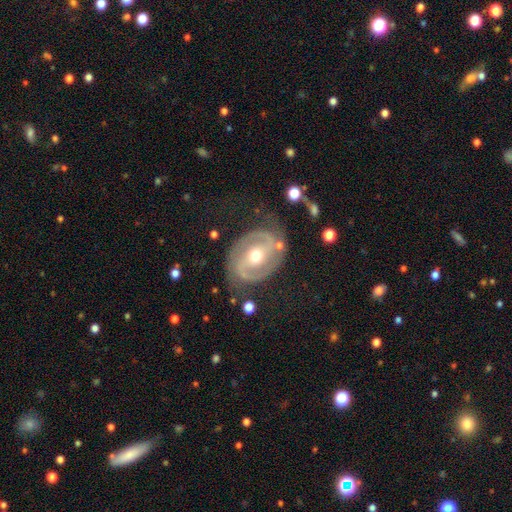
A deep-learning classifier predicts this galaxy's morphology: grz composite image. It shows a featured or disk galaxy (88%) with a weak bar (37%), 2 (91%) medium (46%) spiral arms (93%) and a moderate central bulge (75%). Merging: none (76%).